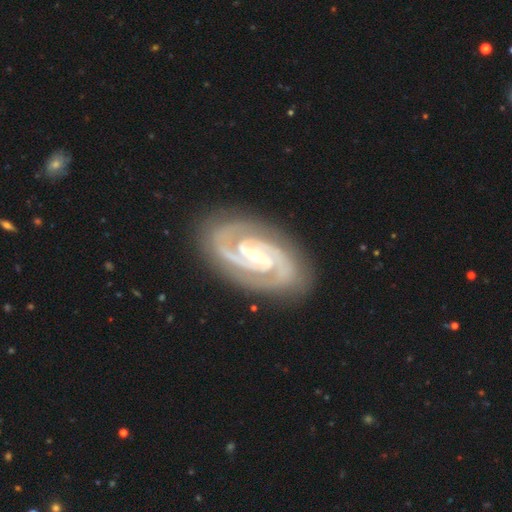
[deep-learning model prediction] featured or disk 93%, star or artifact 4%, smooth 3%. Down the decision tree: edge-on disk — no (97%); bar — weak (38%); spiral arms — yes (99%); spiral arm count — 2 (79%); spiral winding — tight (61%); bulge size — small (57%); merging — none (84%).